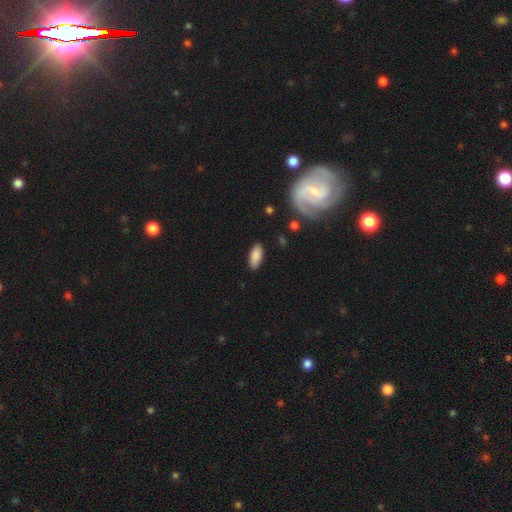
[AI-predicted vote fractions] smooth-or-featured: smooth: 87% | featured or disk: 7% | star or artifact: 6%
  how-rounded: in between: 85% | cigar-shaped: 13% | round: 2%
  merging: none: 87% | minor disturbance: 10% | major disturbance: 2% | merger: 1%